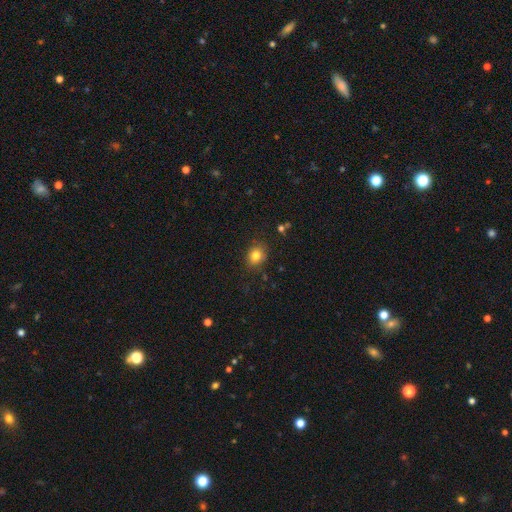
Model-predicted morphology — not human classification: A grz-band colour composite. It shows a smooth galaxy with no disk features (81%) that is round (64%). Merging: none (82%).